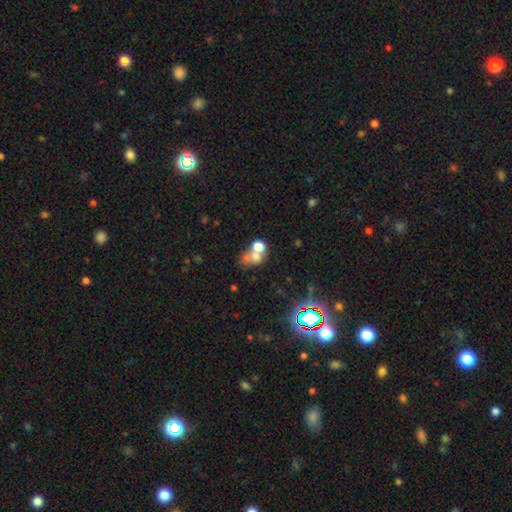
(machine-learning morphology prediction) smooth 60%, featured or disk 22%, star or artifact 18%. Down the decision tree: how rounded — in between (51%); merging — merger (57%).